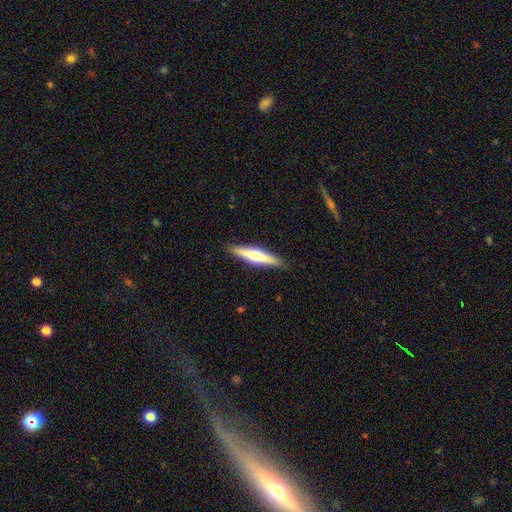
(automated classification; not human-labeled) Smooth or featured?
  - featured or disk: 53% *
  - smooth: 42%
  - star or artifact: 5%
Edge-on disk?
  - yes: 95% *
  - no: 5%
Merging?
  - none: 90% *
  - minor disturbance: 8%
  - major disturbance: 2%
  - merger: 1%